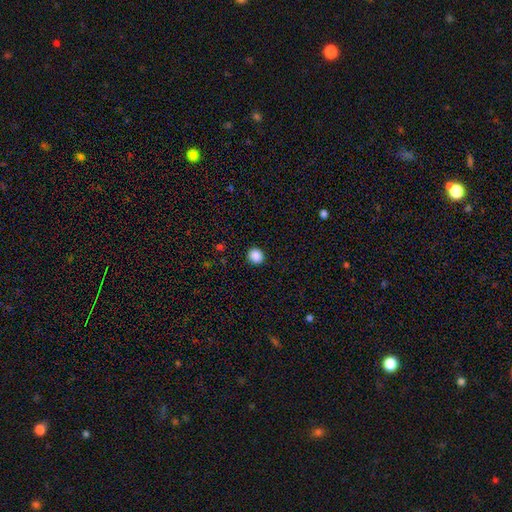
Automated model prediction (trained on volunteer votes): A smooth galaxy with no disk features (89%) that is round (88%).

Vote fractions:
- Smooth or featured? smooth: 89% / star or artifact: 9% / featured or disk: 2%
- How rounded? round: 88% / in between: 11% / cigar-shaped: 1%
- Merging? none: 92% / minor disturbance: 5% / major disturbance: 2% / merger: 1%